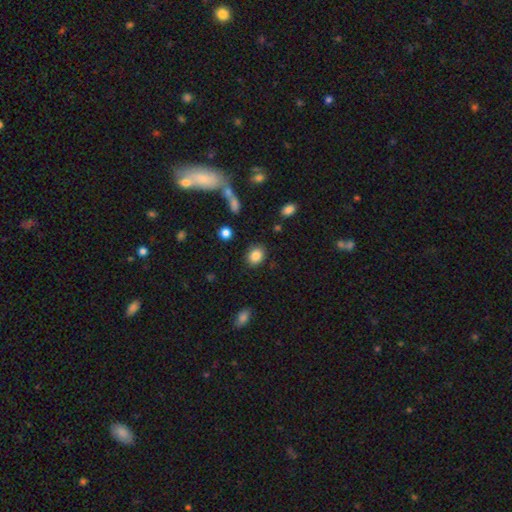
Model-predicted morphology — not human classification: Overall: smooth (86%). How rounded: in between (52%; round 47%). Merging: none (85%).